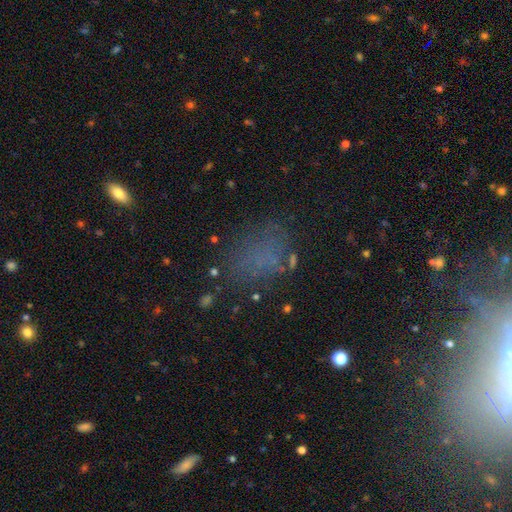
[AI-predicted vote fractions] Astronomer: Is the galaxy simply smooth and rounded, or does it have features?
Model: smooth — 55% (runner-up: star or artifact, 30%).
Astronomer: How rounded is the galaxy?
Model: in between — 67%.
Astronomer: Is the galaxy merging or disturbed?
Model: none — 64%.